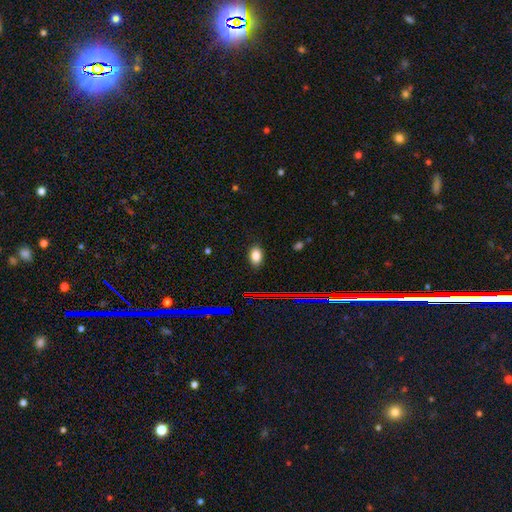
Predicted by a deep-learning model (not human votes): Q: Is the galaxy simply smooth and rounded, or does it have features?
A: smooth — 81%.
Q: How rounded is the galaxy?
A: in between — 89%.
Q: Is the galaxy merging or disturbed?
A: none — 87%.